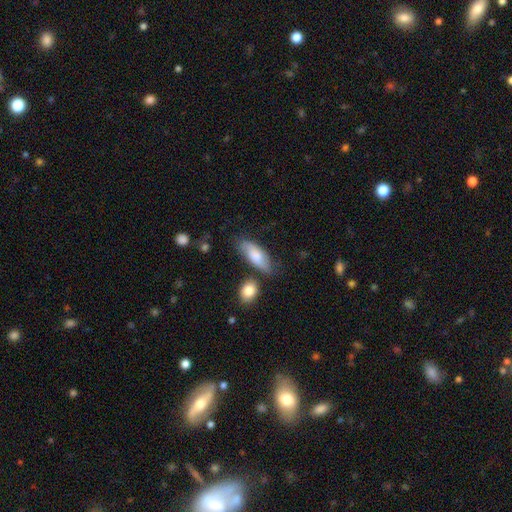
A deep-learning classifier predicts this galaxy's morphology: A smooth galaxy with no disk features (74%) that is in between round and cigar-shaped (76%).

Vote fractions:
- Smooth or featured? smooth: 74% / featured or disk: 20% / star or artifact: 6%
- How rounded? in between: 76% / cigar-shaped: 22% / round: 3%
- Merging? none: 67% / minor disturbance: 20% / merger: 8% / major disturbance: 5%